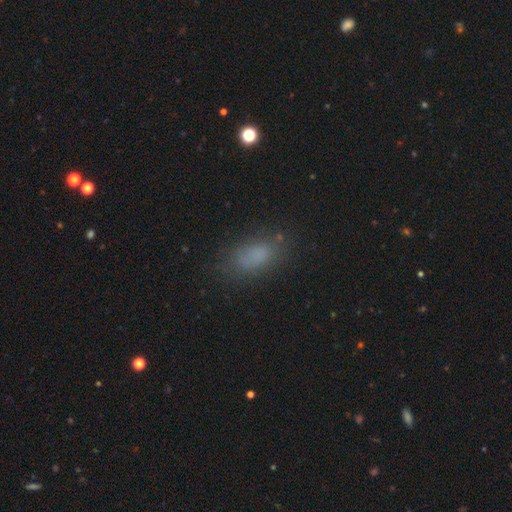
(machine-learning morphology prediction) Smooth or featured: smooth — 78% (star or artifact — 14%)
How rounded: in between — 87% (round — 7%)
Merging: none — 75% (minor disturbance — 16%)